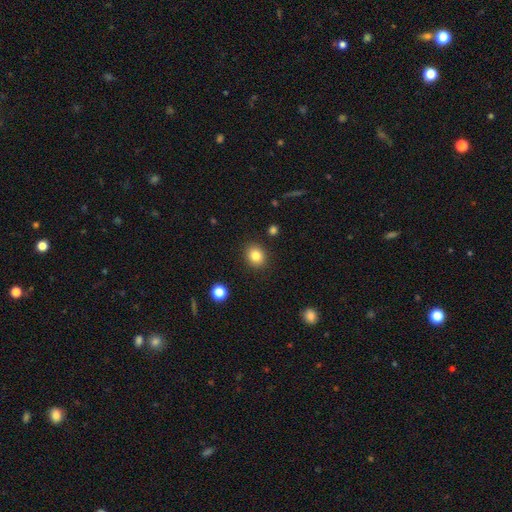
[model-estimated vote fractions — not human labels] smooth_or_featured: smooth (p=0.83) [alt: star or artifact p=0.10]
how_rounded: round (p=0.72) [alt: in between p=0.27]
merging: none (p=0.89) [alt: minor disturbance p=0.07]